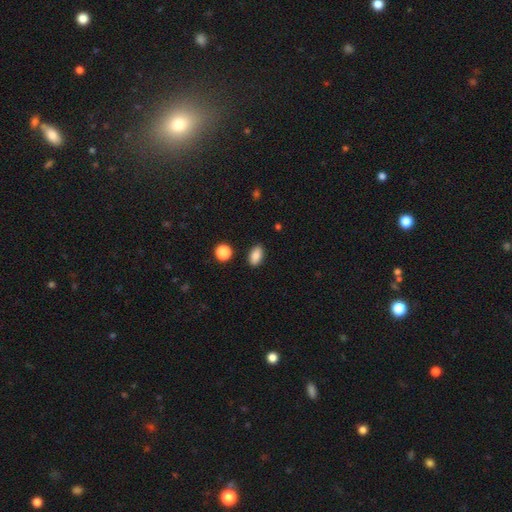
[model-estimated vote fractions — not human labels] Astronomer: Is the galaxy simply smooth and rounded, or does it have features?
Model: smooth — 87%.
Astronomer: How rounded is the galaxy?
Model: in between — 89%.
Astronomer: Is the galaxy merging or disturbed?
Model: none — 87%.